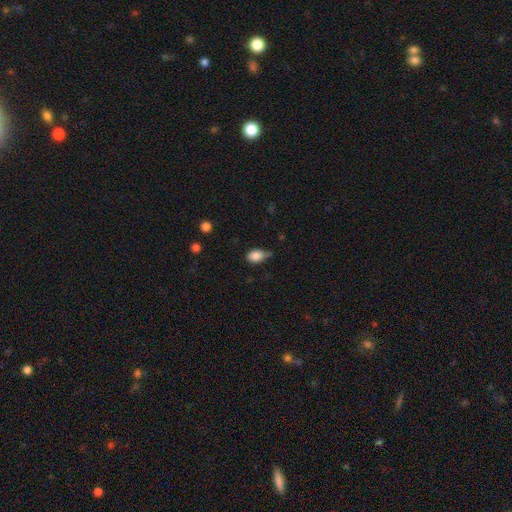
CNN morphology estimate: The model was most divided on "merging": none: 45%, minor disturbance: 43%, major disturbance: 9%, merger: 3%. More confident: how rounded — in between (85%); smooth or featured — smooth (85%).